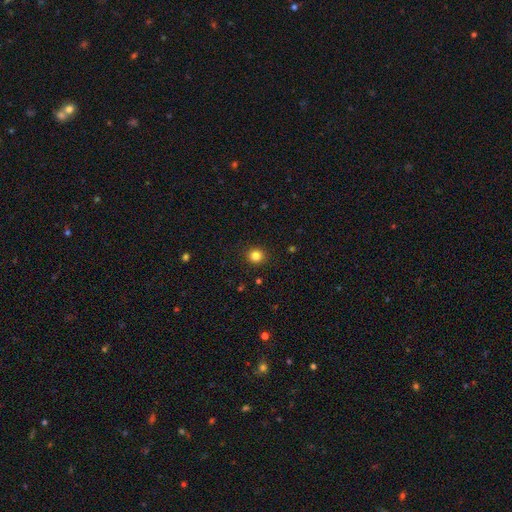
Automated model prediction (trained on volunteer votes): A smooth galaxy with no disk features (83%) that is round (89%). Merging: none (92%).